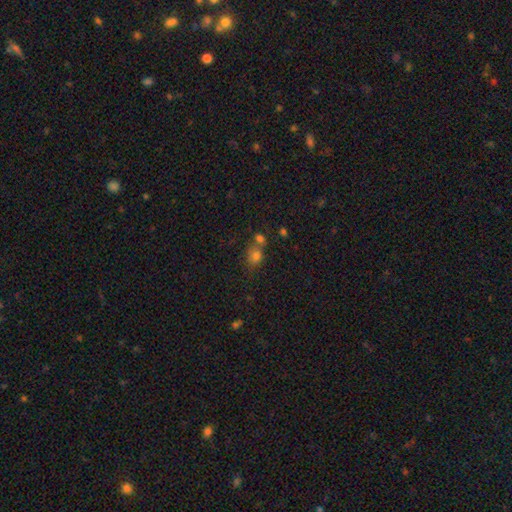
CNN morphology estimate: Smooth or featured?
  - smooth: 72% *
  - star or artifact: 19%
  - featured or disk: 9%
How rounded?
  - round: 61% *
  - in between: 38%
  - cigar-shaped: 1%
Merging?
  - none: 55% *
  - merger: 30%
  - minor disturbance: 11%
  - major disturbance: 4%